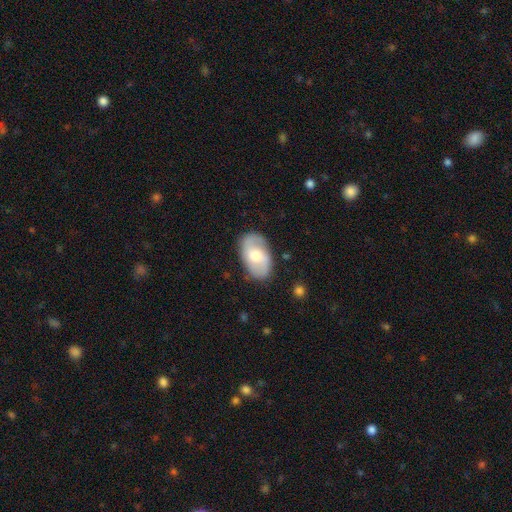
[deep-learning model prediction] A featured or disk galaxy (54%) with no bar (53%), spiral arms (76%) and a moderate central bulge (67%).

Vote fractions:
- Smooth or featured? featured or disk: 54% / smooth: 40% / star or artifact: 6%
- Edge-on disk? no: 95% / yes: 5%
- Bar? no: 53% / weak: 38% / strong: 8%
- Spiral arms? yes: 76% / no: 24%
- Bulge size? moderate: 67% / small: 21% / large: 9% / none: 1% / dominant: 1%
- Merging? none: 81% / minor disturbance: 14% / major disturbance: 4% / merger: 1%